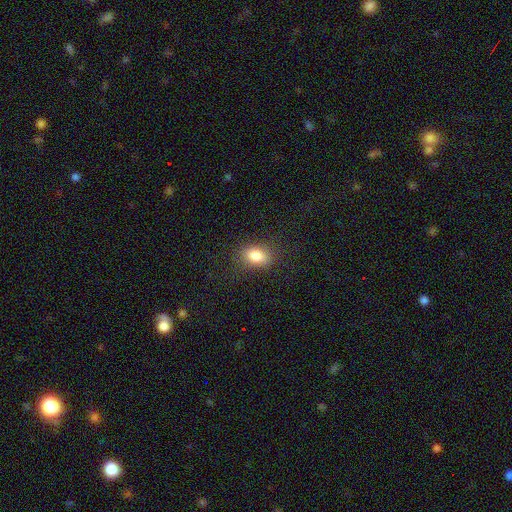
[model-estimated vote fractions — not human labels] The model was most divided on "how rounded": in between: 81%, round: 17%, cigar-shaped: 2%. More confident: smooth or featured — smooth (84%); merging — none (83%).